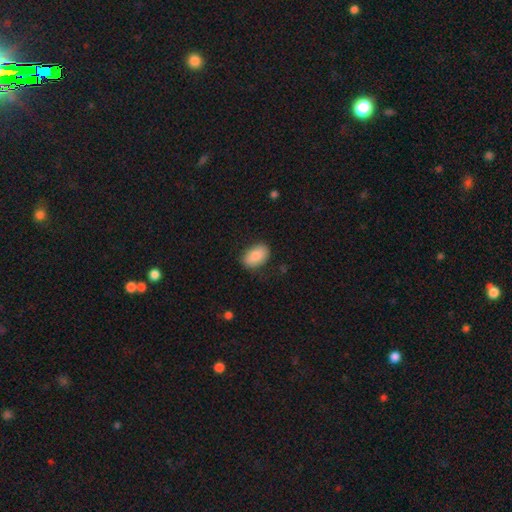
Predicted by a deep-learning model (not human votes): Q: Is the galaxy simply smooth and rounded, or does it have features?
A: smooth — 85%.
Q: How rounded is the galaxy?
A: in between — 89%.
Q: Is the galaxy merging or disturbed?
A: none — 83%.